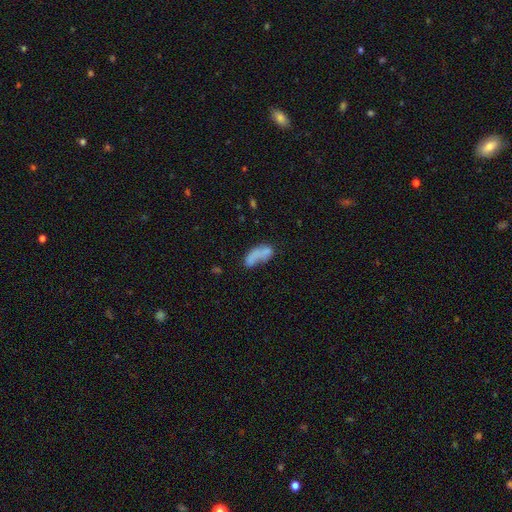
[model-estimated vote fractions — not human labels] Smooth or featured: smooth — 67% (featured or disk — 23%)
How rounded: in between — 83% (cigar-shaped — 12%)
Merging: merger — 34% (none — 27%)